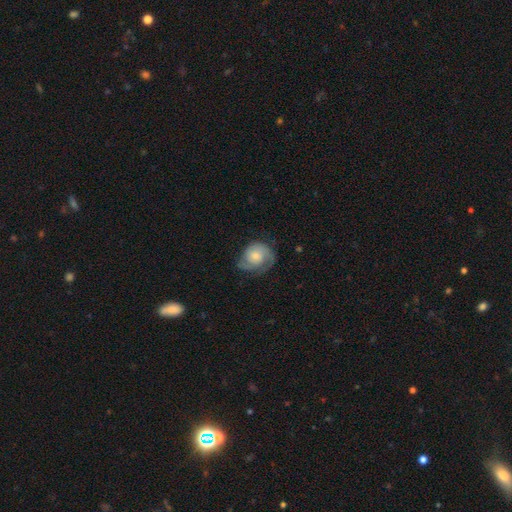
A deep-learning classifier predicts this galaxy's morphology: smooth-or-featured: featured or disk: 56% | smooth: 37% | star or artifact: 7%
  disk-edge-on: no: 97% | yes: 3%
    bar: no: 77% | weak: 20% | strong: 3%
    has-spiral-arms: yes: 87% | no: 13%
    bulge-size: small: 44% | moderate: 37% | large: 10% | none: 8% | dominant: 2%
  merging: none: 54% | minor disturbance: 28% | major disturbance: 17% | merger: 1%